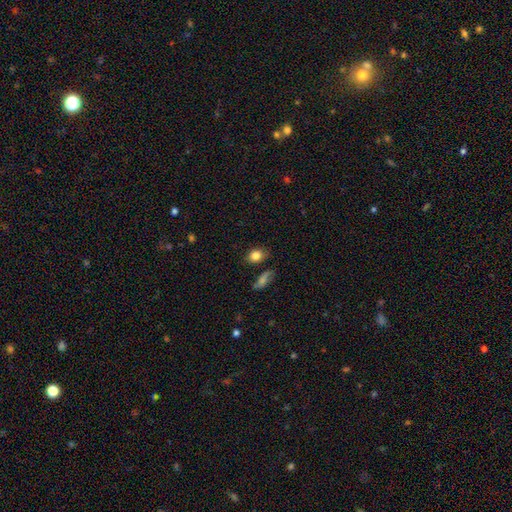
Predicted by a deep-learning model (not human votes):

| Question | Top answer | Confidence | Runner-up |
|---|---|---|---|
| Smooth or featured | smooth | 83% | star or artifact (9%) |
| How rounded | in between | 66% | round (32%) |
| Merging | none | 76% | minor disturbance (16%) |